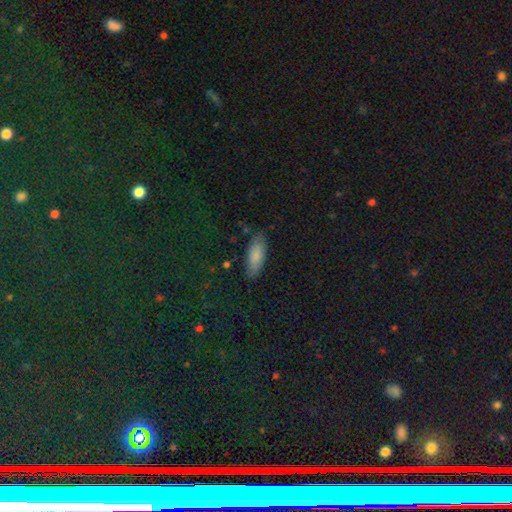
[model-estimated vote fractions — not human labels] smooth 83%, featured or disk 10%, star or artifact 7%. Down the decision tree: how rounded — in between (70%); merging — none (82%).